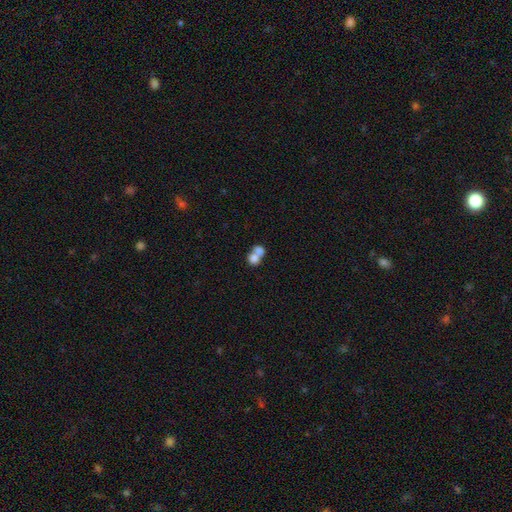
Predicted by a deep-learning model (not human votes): Smooth or featured? Predicted: smooth (p=0.75). How rounded? Predicted: round (p=0.65). Merging? Predicted: merger (p=0.71).